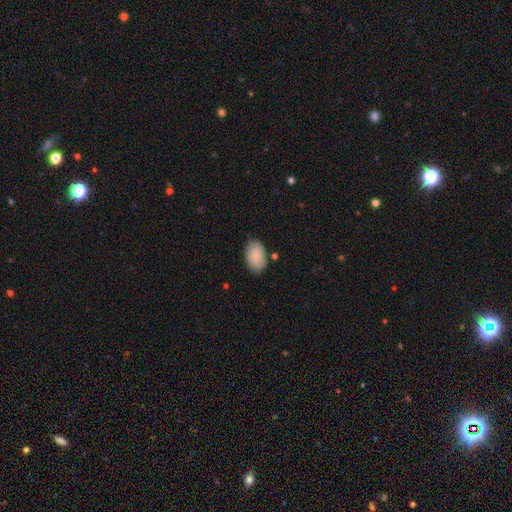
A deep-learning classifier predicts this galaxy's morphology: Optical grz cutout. It shows a smooth galaxy with no disk features (87%) that is in between round and cigar-shaped (92%). Merging: none (79%).